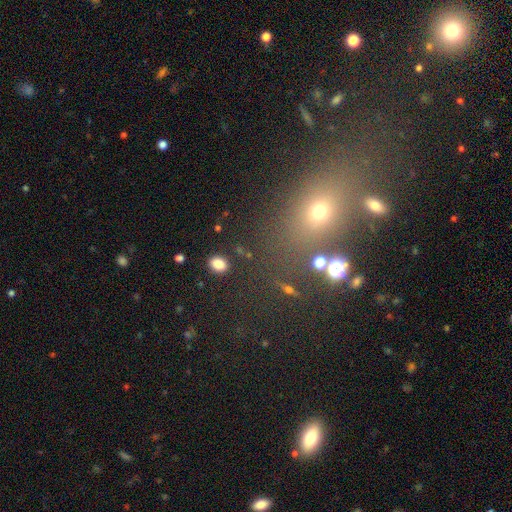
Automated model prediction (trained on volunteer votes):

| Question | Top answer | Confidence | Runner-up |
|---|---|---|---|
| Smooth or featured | smooth | 48% | star or artifact (36%) |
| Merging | none | 74% | minor disturbance (11%) |